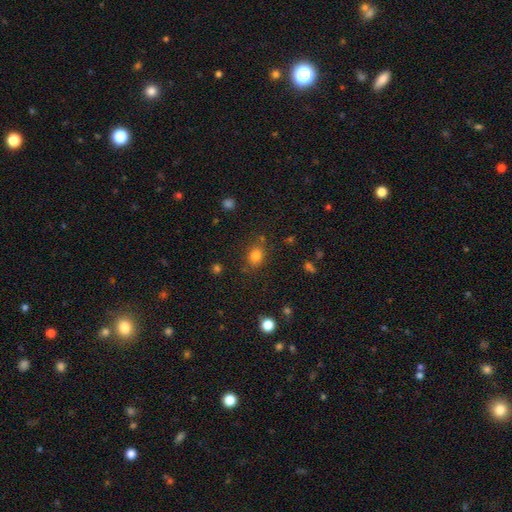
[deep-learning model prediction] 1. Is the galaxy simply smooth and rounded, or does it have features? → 80% smooth, 13% star or artifact, 6% featured or disk.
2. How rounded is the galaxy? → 54% round, 45% in between, 1% cigar-shaped.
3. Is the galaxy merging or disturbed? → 78% none, 13% minor disturbance, 4% major disturbance, 4% merger.